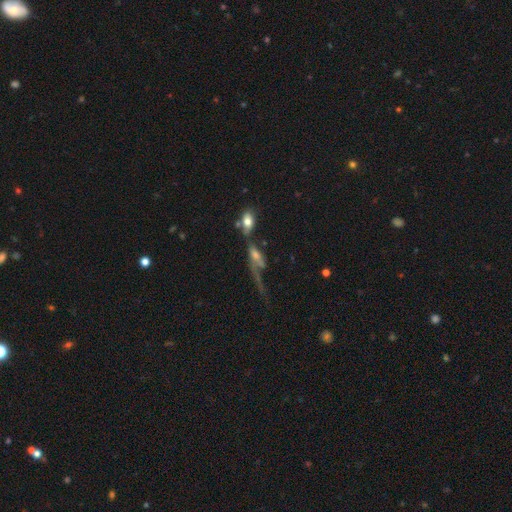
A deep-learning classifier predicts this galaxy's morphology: A featured or disk galaxy (49%).

Vote fractions:
- Smooth or featured? featured or disk: 49% / smooth: 41% / star or artifact: 11%
- Merging? major disturbance: 39% / merger: 34% / none: 16% / minor disturbance: 11%